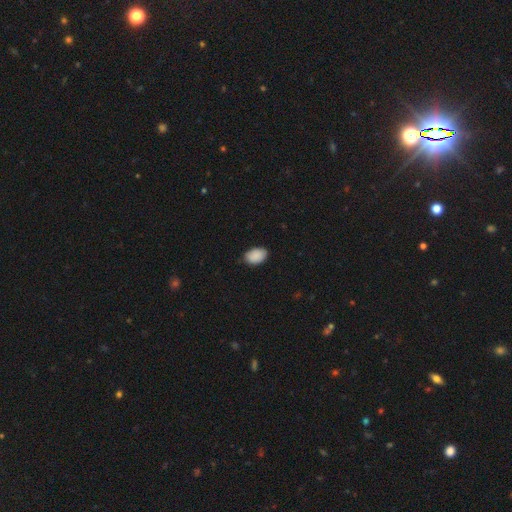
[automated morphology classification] Smooth or featured? Predicted: smooth (p=0.90). How rounded? Predicted: in between (p=0.85). Merging? Predicted: none (p=0.83).